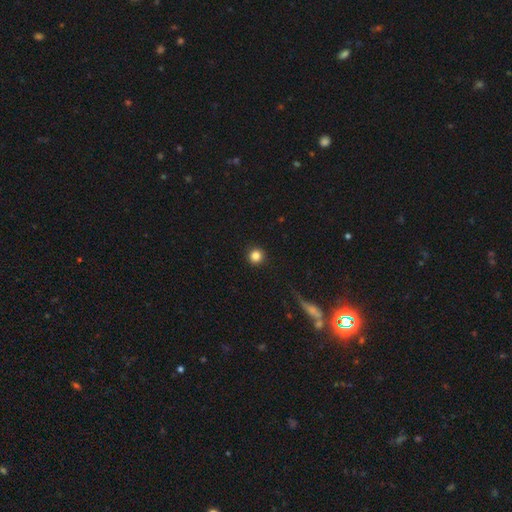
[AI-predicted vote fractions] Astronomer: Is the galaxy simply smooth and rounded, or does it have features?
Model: smooth — 84%.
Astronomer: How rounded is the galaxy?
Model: round — 96%.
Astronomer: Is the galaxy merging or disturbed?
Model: none — 93%.